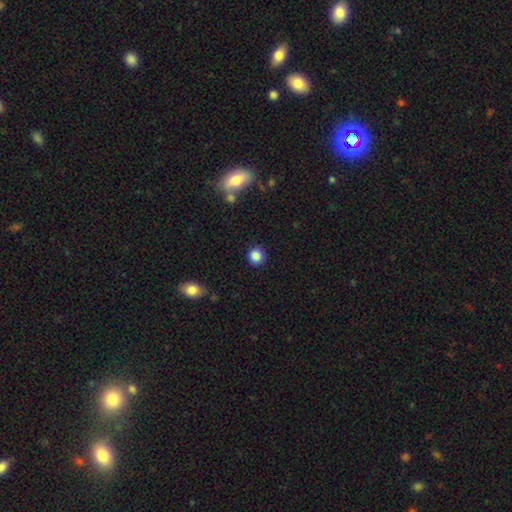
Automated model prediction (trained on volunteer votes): The model was most divided on "smooth or featured": smooth: 85%, star or artifact: 11%, featured or disk: 4%. More confident: how rounded — round (90%); merging — none (89%).